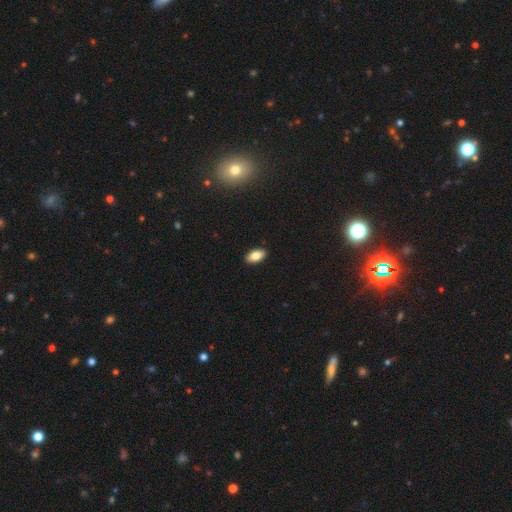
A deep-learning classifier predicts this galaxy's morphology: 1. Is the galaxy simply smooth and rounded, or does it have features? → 82% smooth, 10% featured or disk, 7% star or artifact.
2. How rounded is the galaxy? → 92% in between, 5% cigar-shaped, 3% round.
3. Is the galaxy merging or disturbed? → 90% none, 7% minor disturbance, 2% major disturbance, 1% merger.